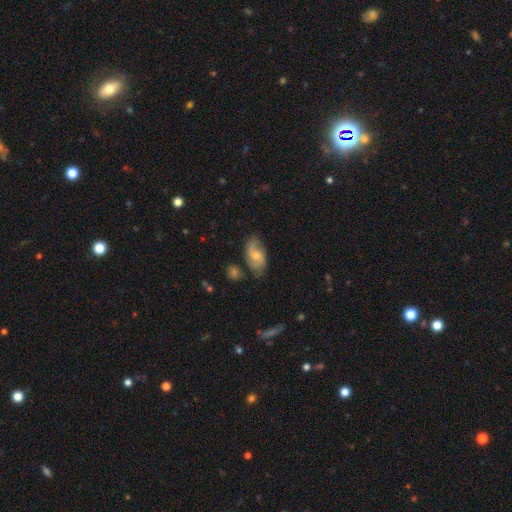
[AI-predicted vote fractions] smooth_or_featured: featured or disk (p=0.63) [alt: smooth p=0.31]
disk_edge_on: no (p=0.96) [alt: yes p=0.04]
bar: no (p=0.52) [alt: weak p=0.41]
has_spiral_arms: yes (p=0.90) [alt: no p=0.10]
spiral_winding: medium (p=0.45) [alt: loose p=0.35]
spiral_arm_count: 2 (p=0.85) [alt: can't tell p=0.08]
bulge_size: moderate (p=0.45) [tied with: small p=0.45]
merging: none (p=0.73) [alt: minor disturbance p=0.18]